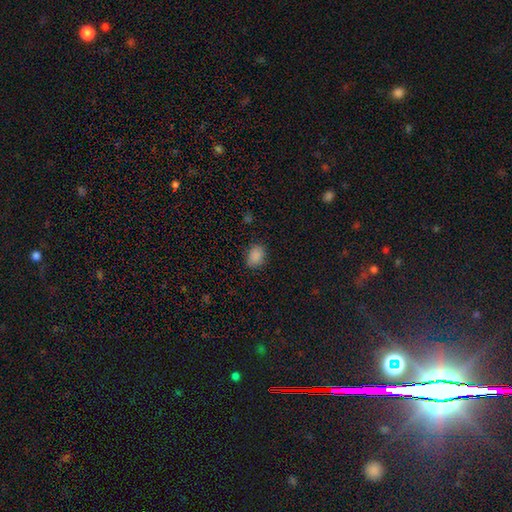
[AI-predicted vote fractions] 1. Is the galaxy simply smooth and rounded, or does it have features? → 86% smooth, 10% star or artifact, 3% featured or disk.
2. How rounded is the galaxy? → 63% in between, 36% round, 1% cigar-shaped.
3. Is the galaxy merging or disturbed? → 84% none, 12% minor disturbance, 3% major disturbance, 1% merger.